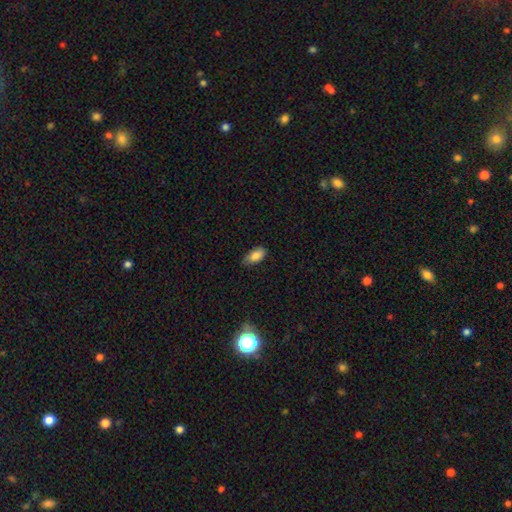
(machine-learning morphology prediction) Q: Smooth or featured?
A: smooth (85%); runner-up: star or artifact (8%)
Q: How rounded?
A: in between (90%); runner-up: cigar-shaped (7%)
Q: Merging?
A: none (74%); runner-up: minor disturbance (22%)